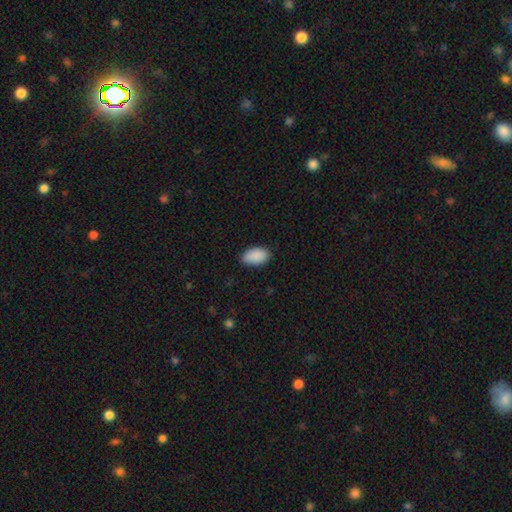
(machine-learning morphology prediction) smooth-or-featured: smooth: 91% | star or artifact: 6% | featured or disk: 3%
  how-rounded: in between: 95% | round: 4% | cigar-shaped: 1%
  merging: none: 84% | minor disturbance: 13% | major disturbance: 2% | merger: 1%